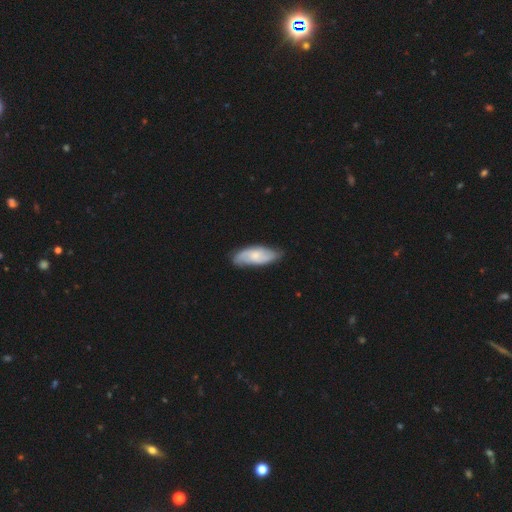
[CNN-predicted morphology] A featured or disk galaxy (53%). Merging: none (74%).